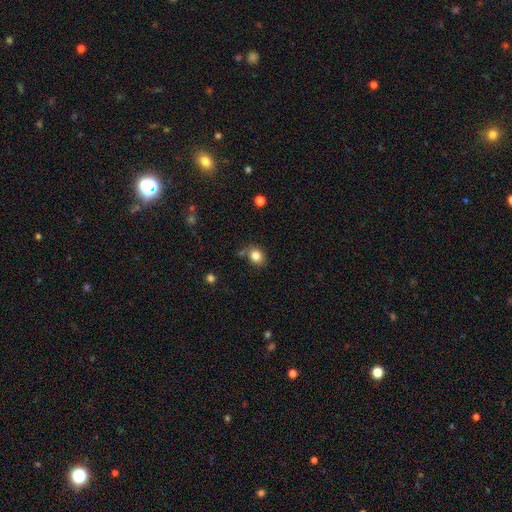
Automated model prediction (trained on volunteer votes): Q: Smooth or featured?
A: smooth (83%); runner-up: star or artifact (11%)
Q: How rounded?
A: round (67%); runner-up: in between (32%)
Q: Merging?
A: none (69%); runner-up: minor disturbance (18%)